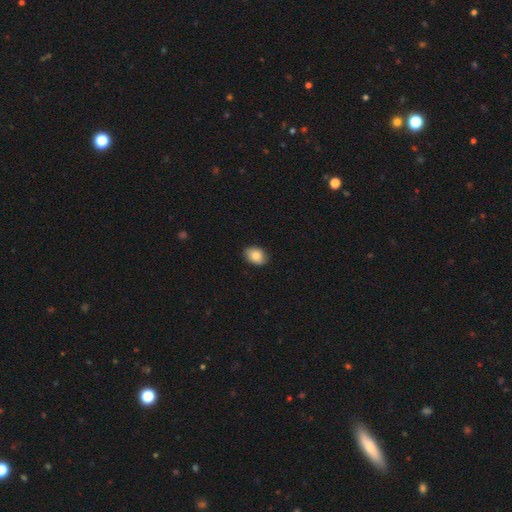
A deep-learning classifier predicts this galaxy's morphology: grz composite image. It shows a smooth galaxy with no disk features (85%) that is in between round and cigar-shaped (70%). Merging: none (86%).